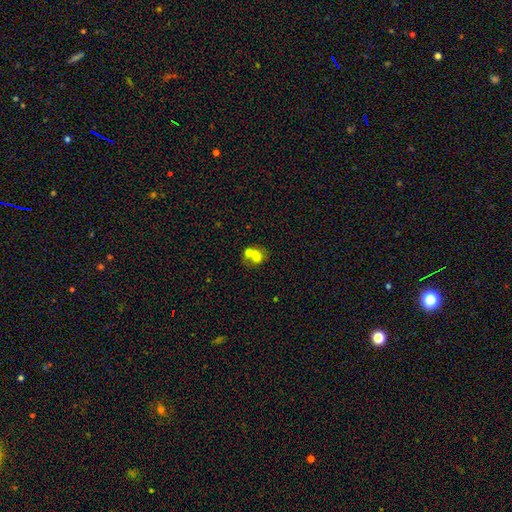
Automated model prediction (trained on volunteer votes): Q: Smooth or featured?
A: smooth (64%); runner-up: featured or disk (22%)
Q: How rounded?
A: round (53%); runner-up: in between (46%)
Q: Merging?
A: merger (53%); runner-up: none (28%)